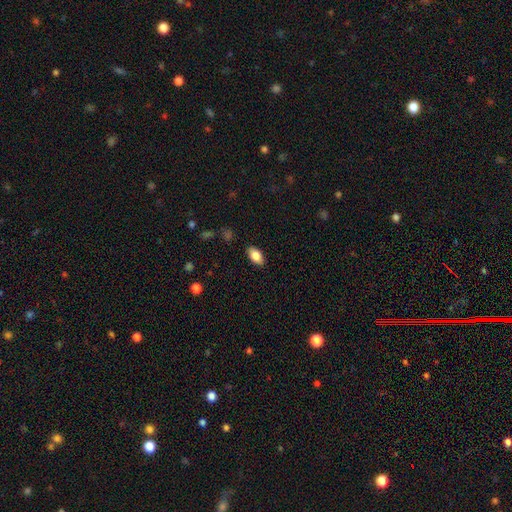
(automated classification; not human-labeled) smooth_or_featured: smooth (p=0.83) [alt: featured or disk p=0.09]
how_rounded: in between (p=0.92) [alt: round p=0.05]
merging: none (p=0.87) [alt: minor disturbance p=0.10]